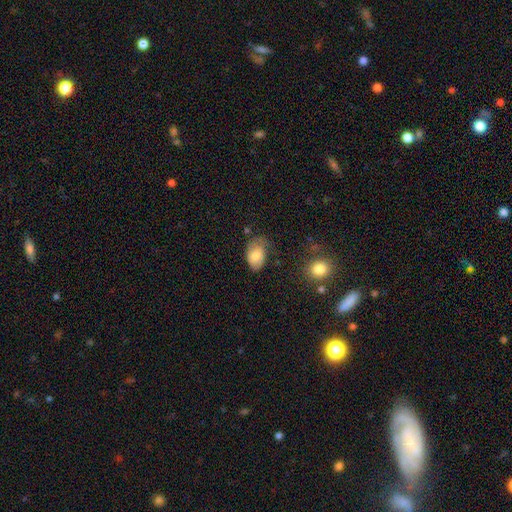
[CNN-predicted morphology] Smooth or featured? smooth (74%)
How rounded? in between (88%)
Merging? none (48%)